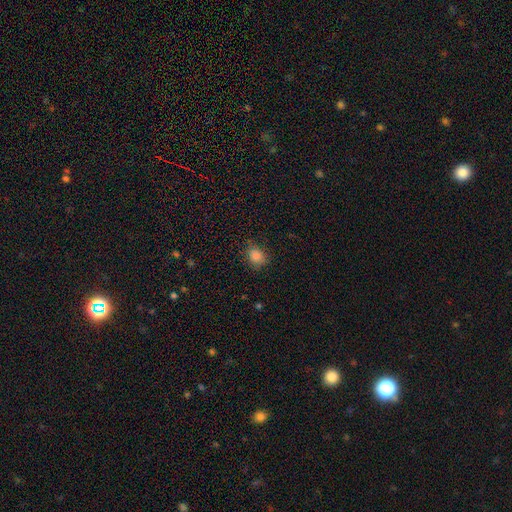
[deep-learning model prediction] smooth-or-featured: smooth: 84% | star or artifact: 11% | featured or disk: 5%
  how-rounded: round: 56% | in between: 43% | cigar-shaped: 1%
  merging: none: 79% | minor disturbance: 16% | major disturbance: 4% | merger: 1%